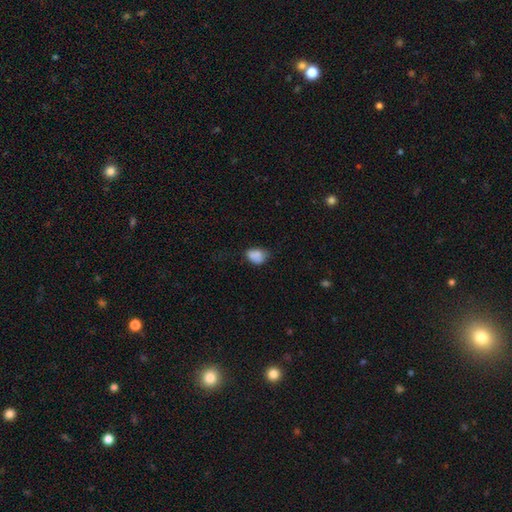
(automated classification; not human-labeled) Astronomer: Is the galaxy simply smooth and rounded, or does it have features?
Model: smooth — 76%.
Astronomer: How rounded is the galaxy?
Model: in between — 73%.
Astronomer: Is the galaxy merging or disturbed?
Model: none — 41% (runner-up: minor disturbance, 30%).